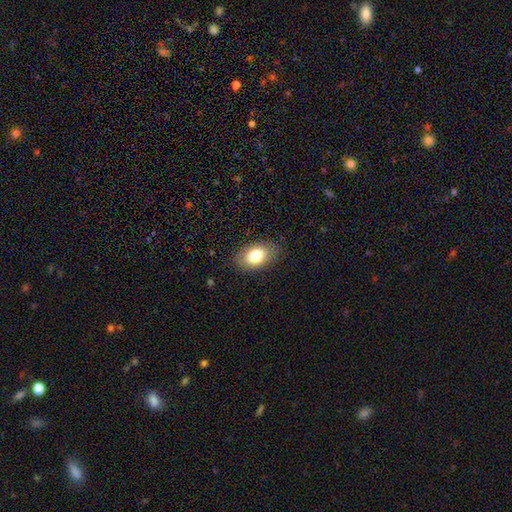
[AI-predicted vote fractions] Smooth or featured?
  - smooth: 78% *
  - featured or disk: 14%
  - star or artifact: 8%
How rounded?
  - in between: 87% *
  - round: 12%
  - cigar-shaped: 1%
Merging?
  - none: 82% *
  - minor disturbance: 14%
  - major disturbance: 4%
  - merger: 1%